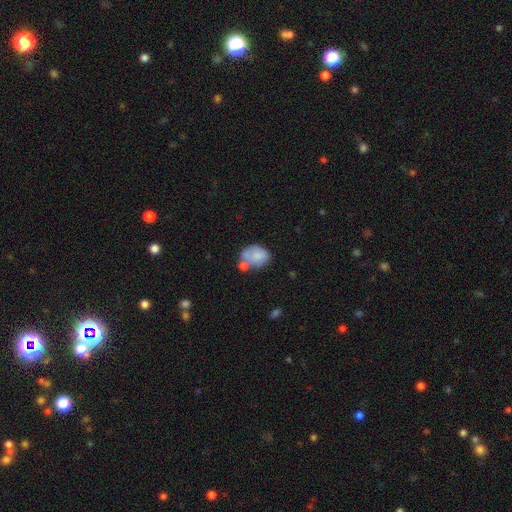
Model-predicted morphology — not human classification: smooth 75%, featured or disk 18%, star or artifact 8%. Down the decision tree: how rounded — in between (69%); merging — merger (36%).